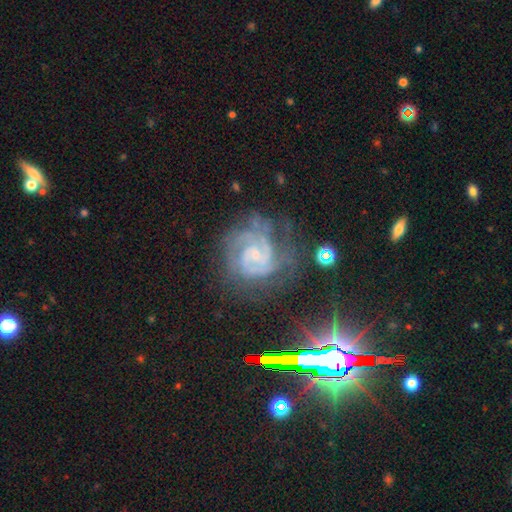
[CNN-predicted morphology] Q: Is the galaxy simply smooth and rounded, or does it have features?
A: featured or disk — 87%.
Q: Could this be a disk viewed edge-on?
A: no — 98%.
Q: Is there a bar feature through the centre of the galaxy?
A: no — 57%.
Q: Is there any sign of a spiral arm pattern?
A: yes — 97%.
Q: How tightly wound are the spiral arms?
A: tight — 61%.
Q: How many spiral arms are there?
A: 2 — 46%.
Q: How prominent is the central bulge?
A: small — 76%.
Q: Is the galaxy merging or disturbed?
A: none — 56%.